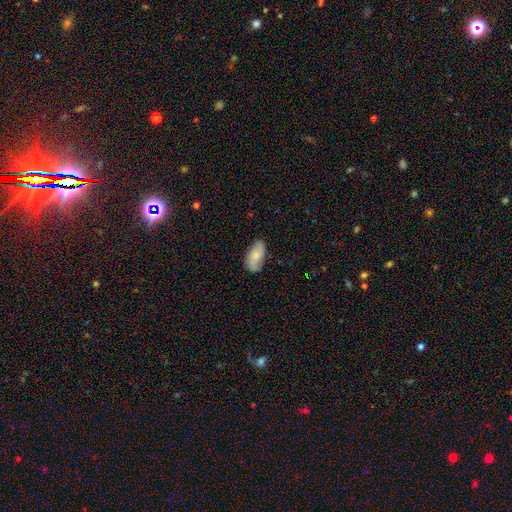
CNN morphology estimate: A smooth galaxy with no disk features (60%) that is in between round and cigar-shaped (93%).

Vote fractions:
- Smooth or featured? smooth: 60% / featured or disk: 33% / star or artifact: 7%
- How rounded? in between: 93% / cigar-shaped: 4% / round: 3%
- Merging? none: 68% / minor disturbance: 24% / major disturbance: 6% / merger: 2%